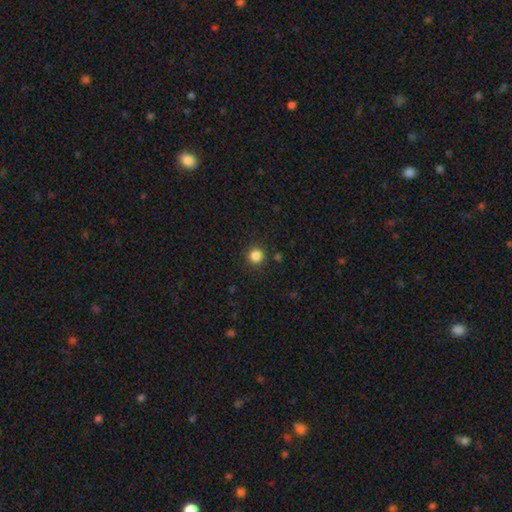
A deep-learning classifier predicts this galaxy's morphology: type=smooth (85%); roundness=round (94%); merging=none (90%).